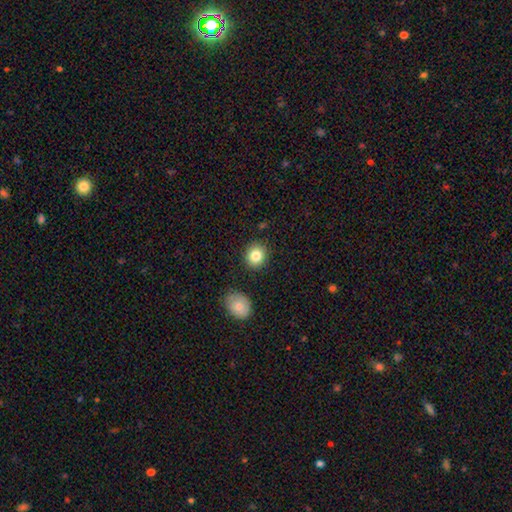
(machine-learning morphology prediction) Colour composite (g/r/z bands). It shows a smooth galaxy with no disk features (84%) that is round (84%). Merging: none (88%).